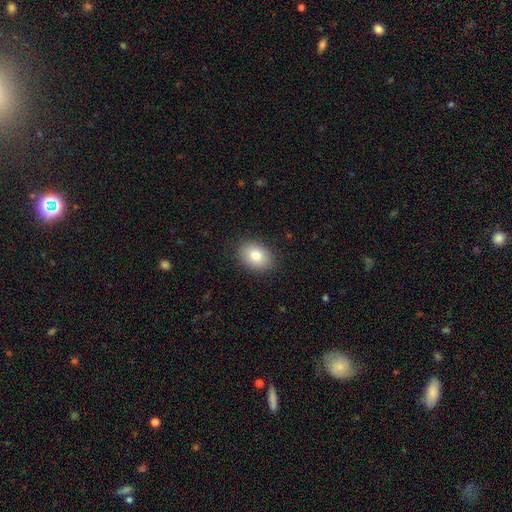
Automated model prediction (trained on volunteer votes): The model was most divided on "how rounded": in between: 73%, round: 26%, cigar-shaped: 1%. More confident: merging — none (88%); smooth or featured — smooth (81%).